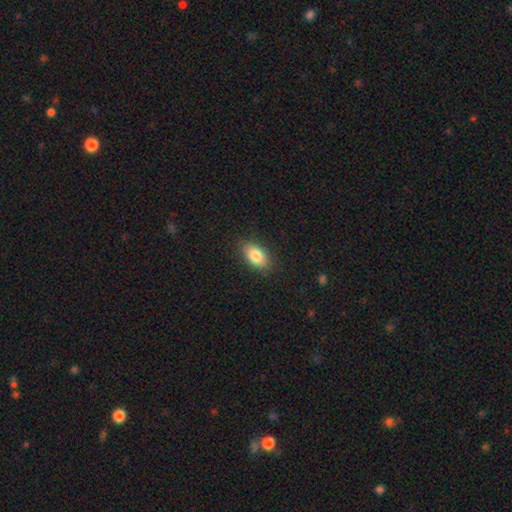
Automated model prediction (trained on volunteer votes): Smooth or featured? Predicted: smooth (p=0.83). How rounded? Predicted: in between (p=0.90). Merging? Predicted: none (p=0.86).